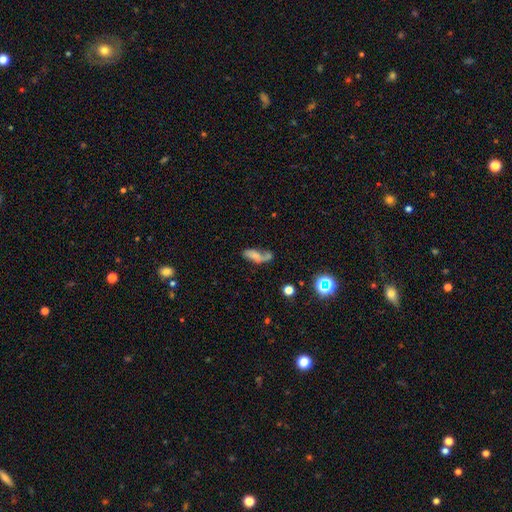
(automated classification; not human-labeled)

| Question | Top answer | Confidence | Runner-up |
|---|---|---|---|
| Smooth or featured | smooth | 57% | featured or disk (31%) |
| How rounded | in between | 72% | cigar-shaped (23%) |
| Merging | none | 30% | merger (29%) |